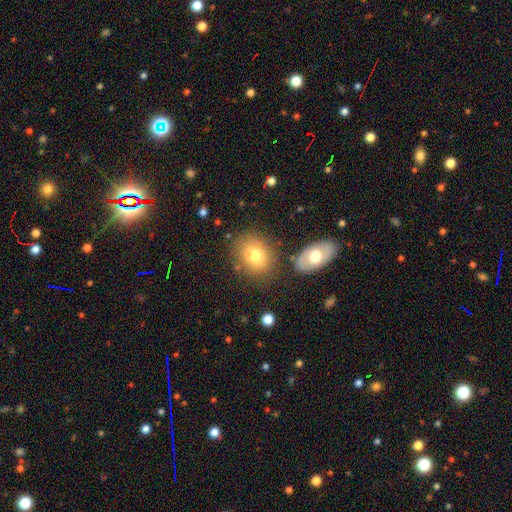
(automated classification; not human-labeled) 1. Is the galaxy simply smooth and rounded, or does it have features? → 71% smooth, 18% featured or disk, 11% star or artifact.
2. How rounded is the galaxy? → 56% in between, 42% round, 1% cigar-shaped.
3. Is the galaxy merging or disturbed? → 57% none, 23% merger, 15% minor disturbance, 5% major disturbance.